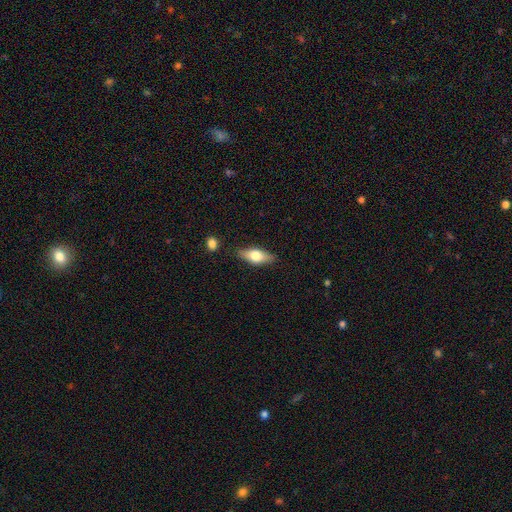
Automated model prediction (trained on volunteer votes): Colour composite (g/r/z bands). It shows a smooth galaxy with no disk features (61%) that is in between round and cigar-shaped (72%). Merging: none (83%).